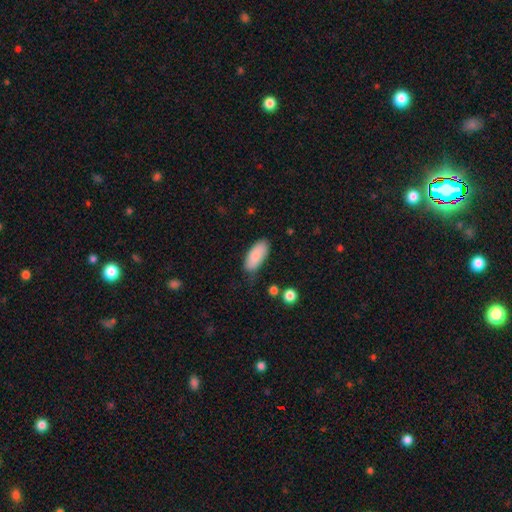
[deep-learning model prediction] smooth 86%, featured or disk 8%, star or artifact 6%. Down the decision tree: how rounded — in between (88%); merging — none (74%).